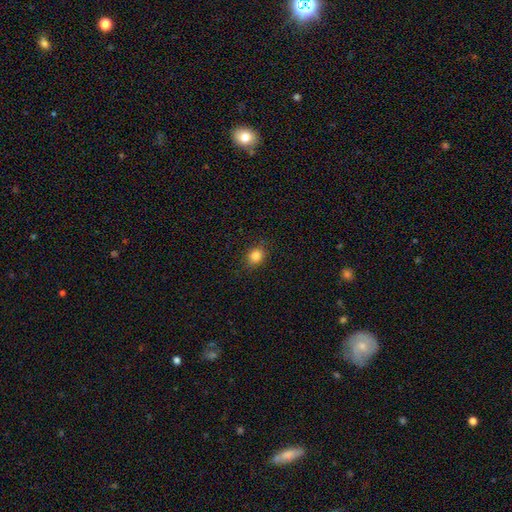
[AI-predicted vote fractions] A smooth galaxy with no disk features (84%) that is round (60%). Merging: none (87%).